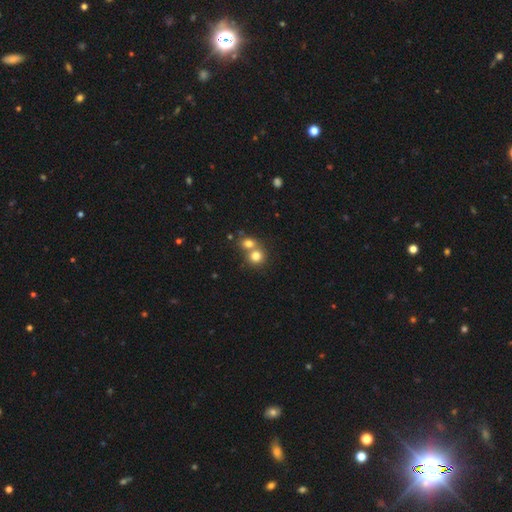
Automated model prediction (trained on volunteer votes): Smooth or featured?
  - smooth: 77% *
  - star or artifact: 12%
  - featured or disk: 10%
How rounded?
  - round: 84% *
  - in between: 15%
  - cigar-shaped: 1%
Merging?
  - merger: 53% *
  - none: 39%
  - minor disturbance: 6%
  - major disturbance: 3%